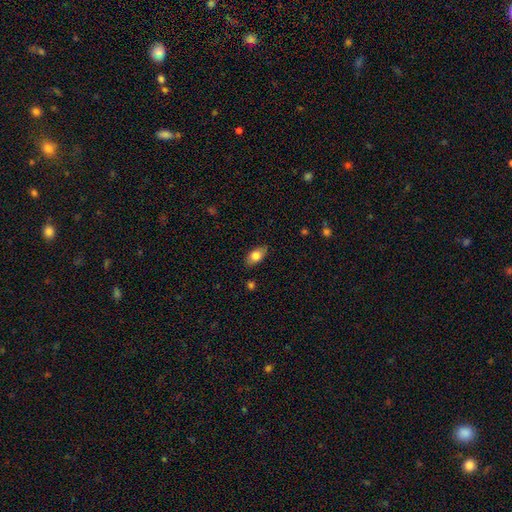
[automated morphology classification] type=smooth (78%); roundness=in between (88%); merging=none (84%).